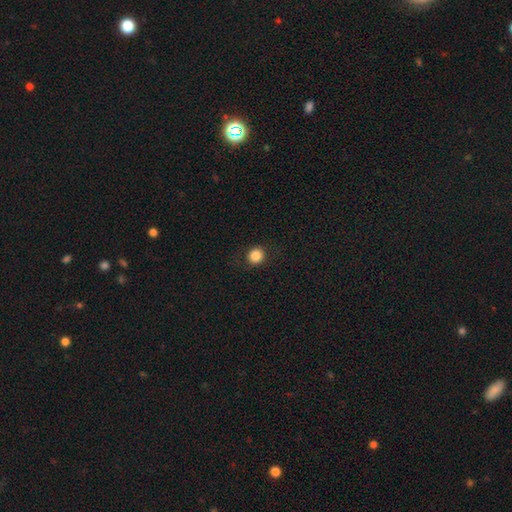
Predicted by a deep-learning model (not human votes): Smooth or featured?
  - smooth: 85% *
  - star or artifact: 10%
  - featured or disk: 5%
How rounded?
  - round: 87% *
  - in between: 12%
  - cigar-shaped: 1%
Merging?
  - none: 89% *
  - minor disturbance: 7%
  - major disturbance: 3%
  - merger: 1%